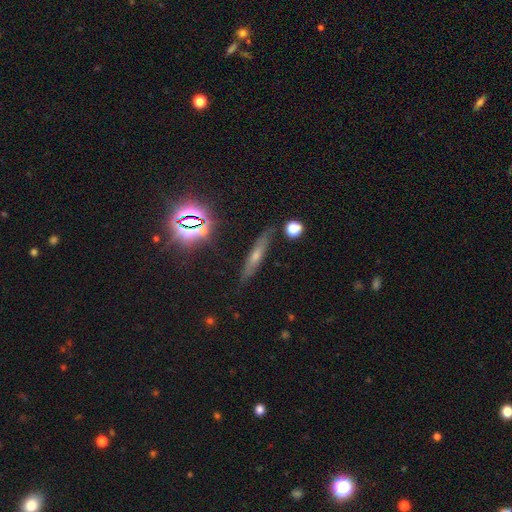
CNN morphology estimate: Overall: featured or disk (43%; smooth 34%). Merging: none (84%).